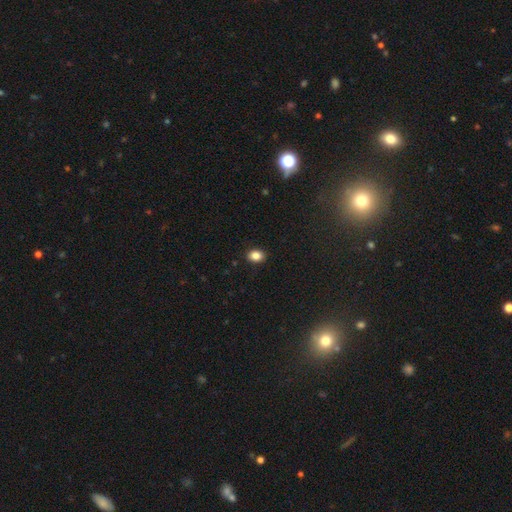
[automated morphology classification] This appears to be a smooth galaxy with no disk features (86%) that is in between round and cigar-shaped (66%). Merging: none (90%).